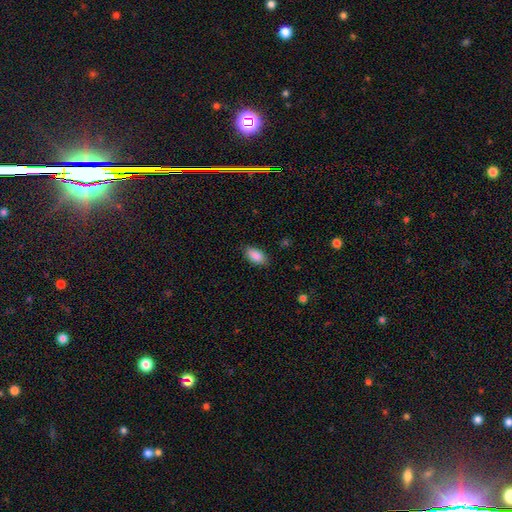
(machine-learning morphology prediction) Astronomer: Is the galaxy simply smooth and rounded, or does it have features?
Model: smooth — 89%.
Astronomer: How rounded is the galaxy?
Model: in between — 93%.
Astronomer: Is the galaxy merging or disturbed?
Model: none — 85%.